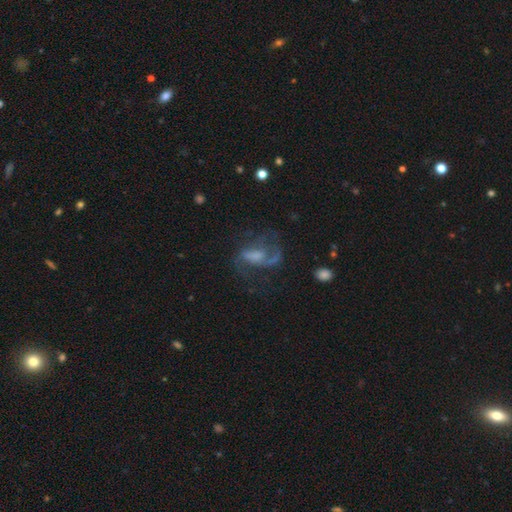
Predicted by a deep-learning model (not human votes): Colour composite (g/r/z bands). It shows a featured or disk galaxy (72%) with a weak bar (44%), 2 (61%) loose (47%) spiral arms (85%) and no central bulge (30%). Merging: none (46%).